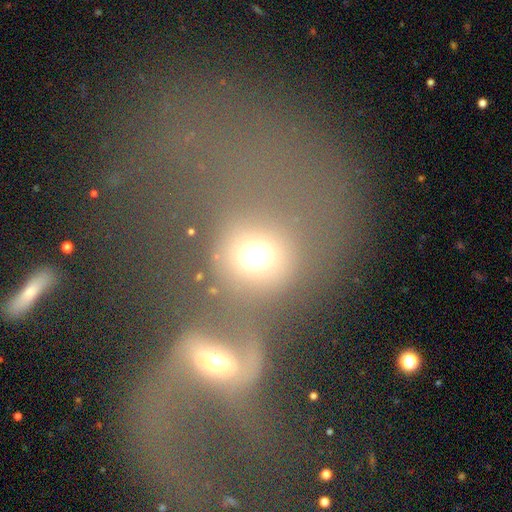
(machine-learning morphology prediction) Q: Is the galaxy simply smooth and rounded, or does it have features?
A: smooth — 66%.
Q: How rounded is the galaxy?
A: round — 81%.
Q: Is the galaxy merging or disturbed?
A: none — 53%.